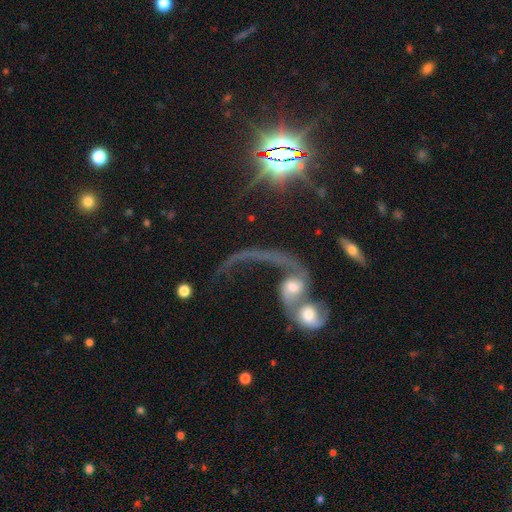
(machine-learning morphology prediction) Smooth or featured? Predicted: featured or disk (p=0.61). Edge-on disk? Predicted: no (p=0.90). Bar? Predicted: no (p=0.61). Spiral arms? Predicted: yes (p=0.70). Bulge size? Predicted: moderate (p=0.38). Merging? Predicted: merger (p=0.55).